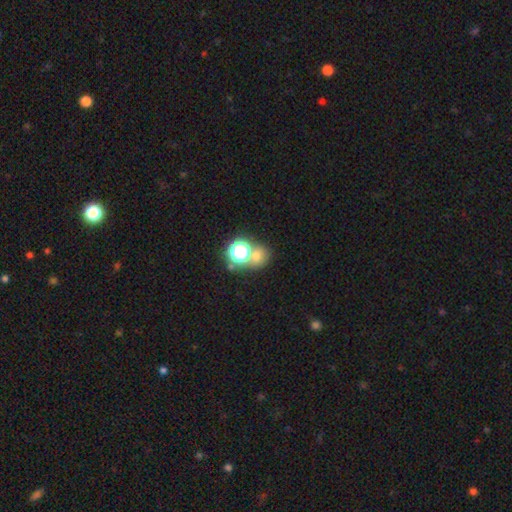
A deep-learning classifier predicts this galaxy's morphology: smooth-or-featured: smooth: 61% | star or artifact: 30% | featured or disk: 9%
  how-rounded: round: 77% | in between: 22% | cigar-shaped: 1%
  merging: none: 57% | merger: 30% | minor disturbance: 9% | major disturbance: 5%